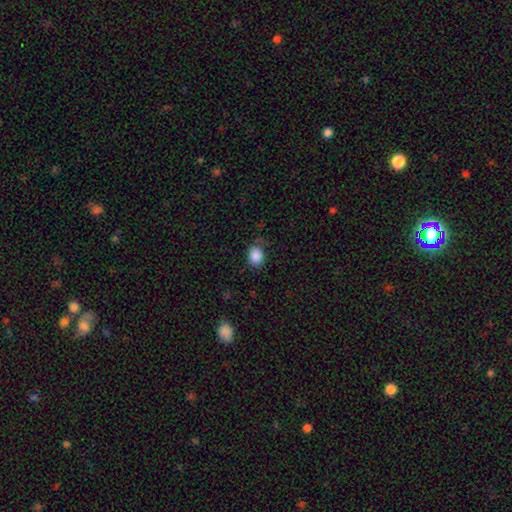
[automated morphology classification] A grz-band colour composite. It shows a smooth galaxy with no disk features (87%) that is in between round and cigar-shaped (53%). Merging: none (67%).